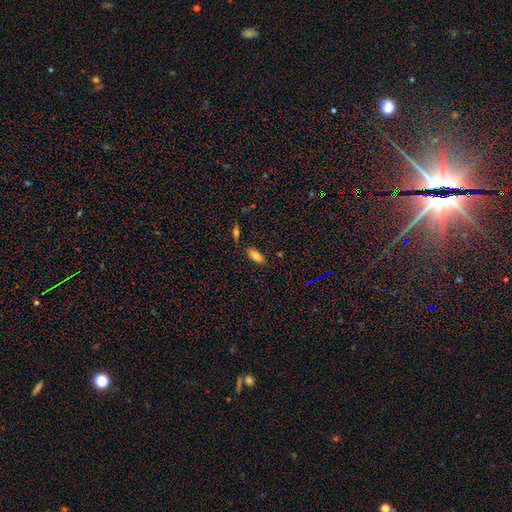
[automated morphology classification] type=smooth (78%); roundness=in between (85%); merging=none (81%).